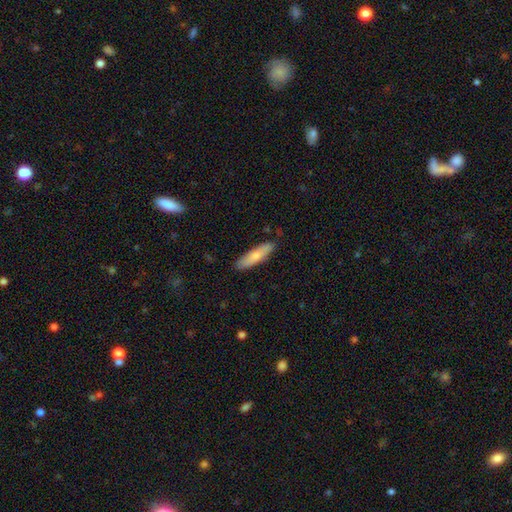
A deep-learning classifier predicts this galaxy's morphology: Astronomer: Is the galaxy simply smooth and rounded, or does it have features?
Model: smooth — 75%.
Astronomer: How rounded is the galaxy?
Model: cigar-shaped — 69%.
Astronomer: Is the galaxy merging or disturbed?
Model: none — 86%.